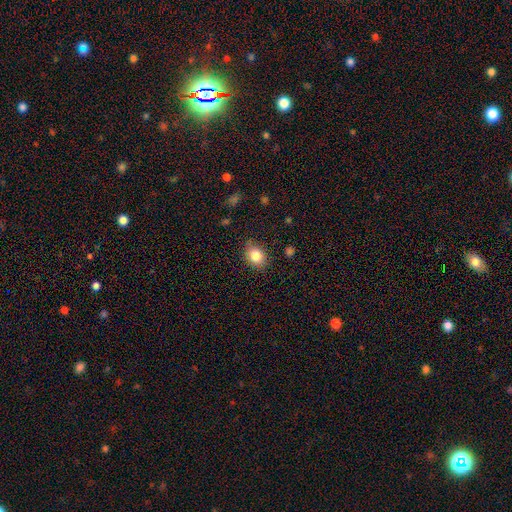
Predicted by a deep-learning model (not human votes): This appears to be a smooth galaxy with no disk features (83%) that is in between round and cigar-shaped (64%). Merging: none (80%).